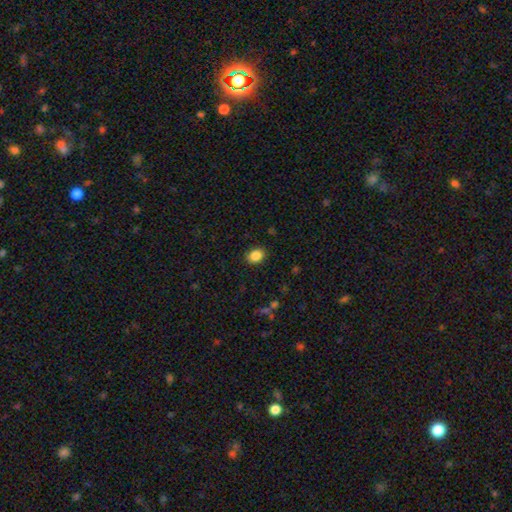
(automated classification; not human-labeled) The model was most divided on "how rounded": in between: 62%, round: 37%, cigar-shaped: 1%. More confident: merging — none (88%); smooth or featured — smooth (87%).